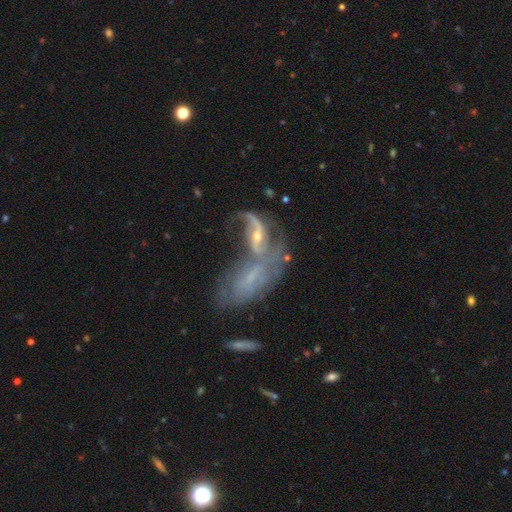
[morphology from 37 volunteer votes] This appears to be a featured or disk galaxy (73%) with a weak bar (62%), 2 (68%) medium (53%) spiral arms (73%) and a small central bulge (73%). Merging: merger (65%).